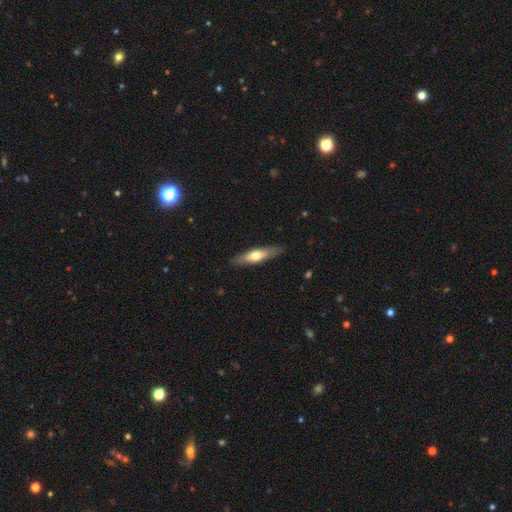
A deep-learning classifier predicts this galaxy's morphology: smooth 50%, featured or disk 45%, star or artifact 5%. Down the decision tree: merging — none (87%).